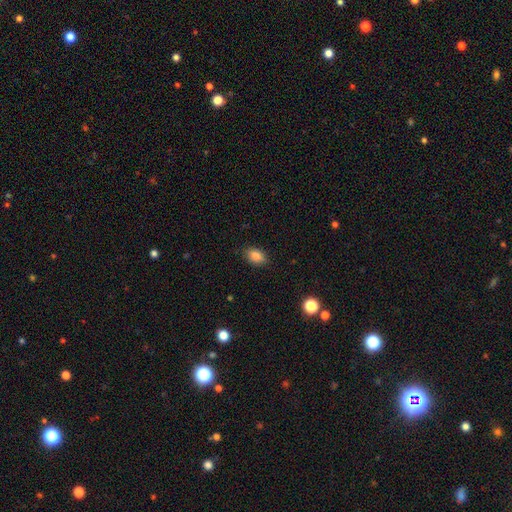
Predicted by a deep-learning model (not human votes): This appears to be a smooth galaxy with no disk features (86%) that is in between round and cigar-shaped (83%). Merging: none (85%).